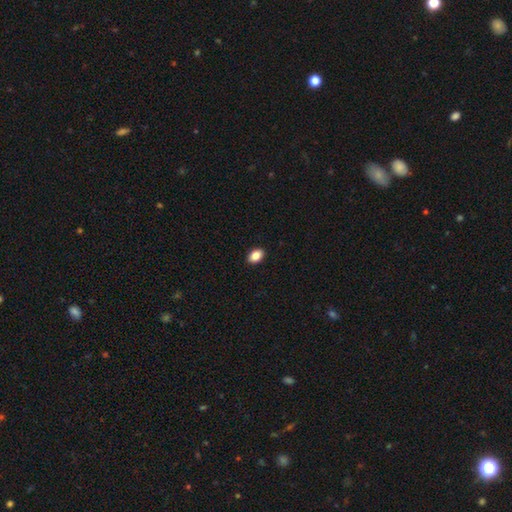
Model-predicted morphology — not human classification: Q: Smooth or featured?
A: smooth (86%); runner-up: star or artifact (8%)
Q: How rounded?
A: in between (84%); runner-up: round (15%)
Q: Merging?
A: none (91%); runner-up: minor disturbance (6%)